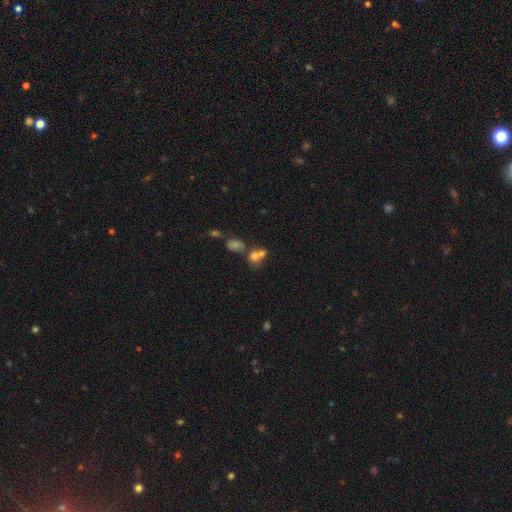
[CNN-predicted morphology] A smooth galaxy with no disk features (69%) that is round (55%).

Vote fractions:
- Smooth or featured? smooth: 69% / featured or disk: 16% / star or artifact: 16%
- How rounded? round: 55% / in between: 43% / cigar-shaped: 2%
- Merging? merger: 57% / none: 29% / minor disturbance: 8% / major disturbance: 5%